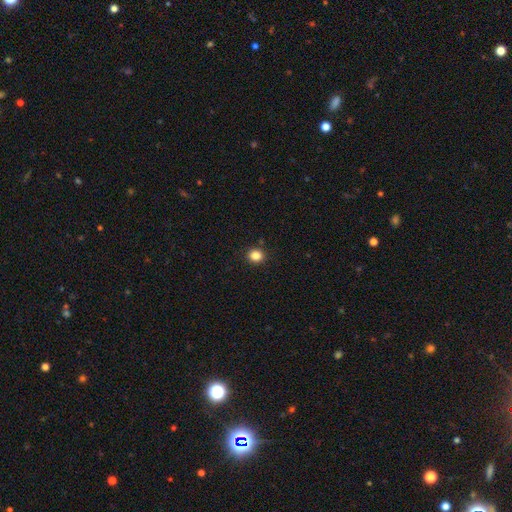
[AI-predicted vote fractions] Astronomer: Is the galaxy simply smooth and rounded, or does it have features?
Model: smooth — 85%.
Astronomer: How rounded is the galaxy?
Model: round — 80%.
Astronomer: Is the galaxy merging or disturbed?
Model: none — 90%.